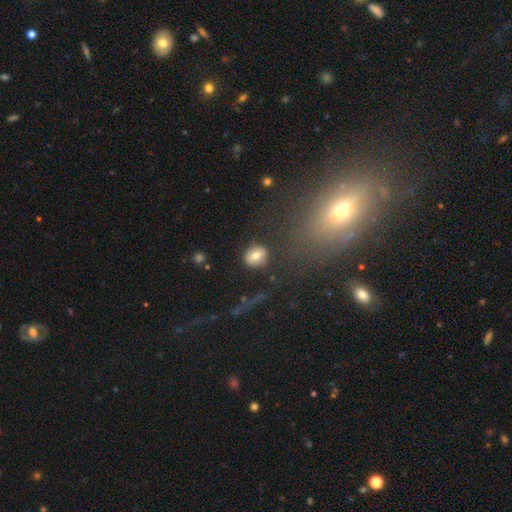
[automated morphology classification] Smooth or featured: smooth — 65% (featured or disk — 25%)
How rounded: round — 61% (in between — 37%)
Merging: none — 80% (minor disturbance — 12%)